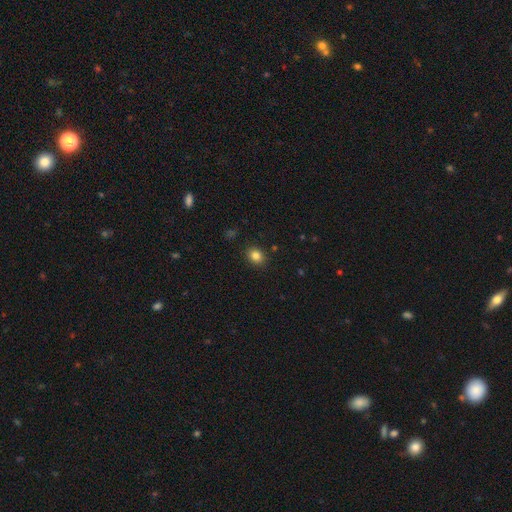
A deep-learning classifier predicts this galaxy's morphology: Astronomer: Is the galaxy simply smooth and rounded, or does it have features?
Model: smooth — 83%.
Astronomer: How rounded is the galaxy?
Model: round — 56% (runner-up: in between, 43%).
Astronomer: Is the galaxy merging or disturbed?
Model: none — 89%.